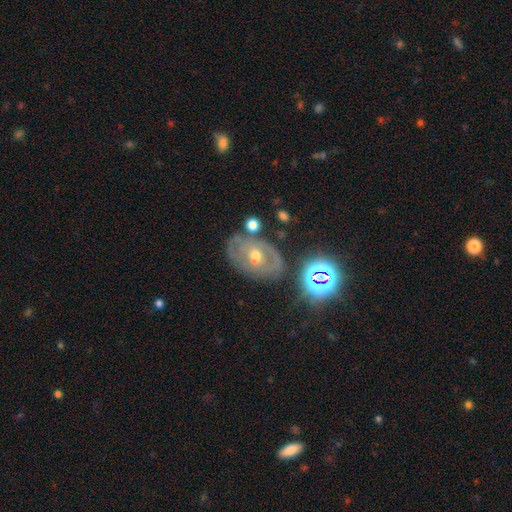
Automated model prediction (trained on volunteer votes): smooth-or-featured: featured or disk: 67% | smooth: 18% | star or artifact: 15%
  disk-edge-on: no: 94% | yes: 6%
    bar: no: 50% | weak: 36% | strong: 14%
    has-spiral-arms: yes: 61% | no: 39%
    bulge-size: moderate: 61% | small: 34% | large: 3% | none: 1% | dominant: 1%
  merging: none: 71% | minor disturbance: 17% | major disturbance: 7% | merger: 5%